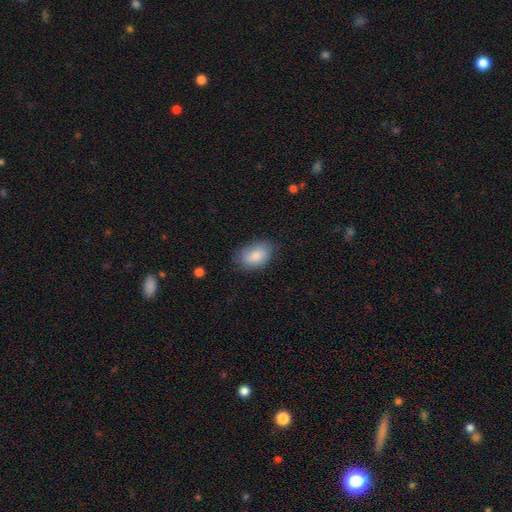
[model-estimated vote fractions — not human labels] Smooth or featured? smooth (83%)
How rounded? in between (89%)
Merging? none (73%)